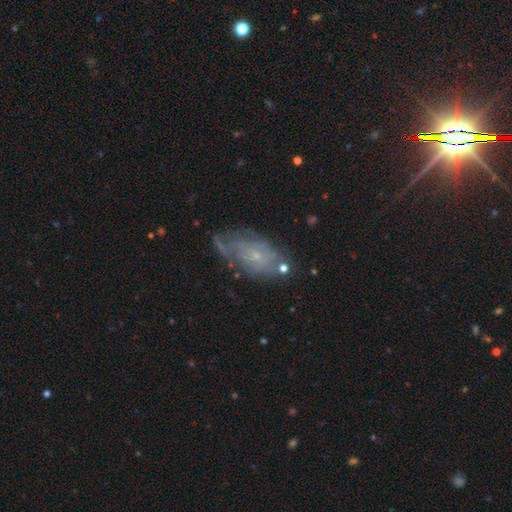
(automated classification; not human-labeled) Smooth or featured: featured or disk — 60% (smooth — 28%)
Edge-on disk: no — 91% (yes — 9%)
Bar: no — 81% (weak — 16%)
Spiral arms: yes — 66% (no — 34%)
Bulge size: small — 79% (moderate — 13%)
Merging: none — 57% (minor disturbance — 26%)